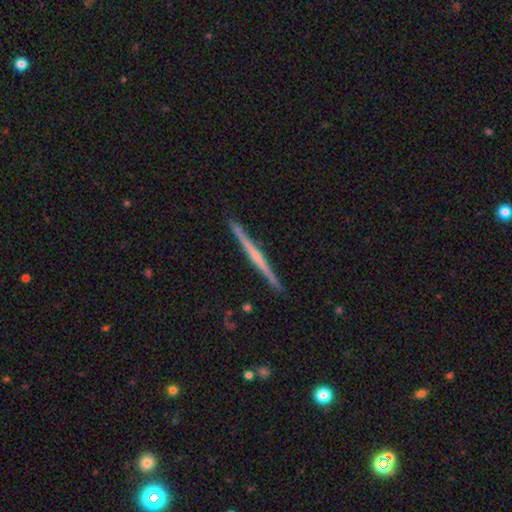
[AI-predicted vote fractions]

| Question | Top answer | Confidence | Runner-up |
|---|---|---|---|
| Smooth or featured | featured or disk | 70% | smooth (25%) |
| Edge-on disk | yes | 98% | no (2%) |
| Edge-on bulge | none | 55% | rounded (36%) |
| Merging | none | 92% | minor disturbance (6%) |